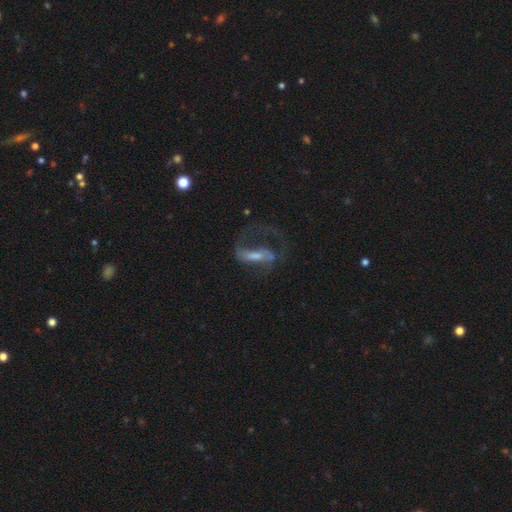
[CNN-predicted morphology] Overall: featured or disk (71%). Edge-on disk: no (89%). Bar: strong (37%; weak 35%). Spiral arms: yes (76%). Bulge size: small (40%; moderate 34%). Merging: major disturbance (46%; none 36%).